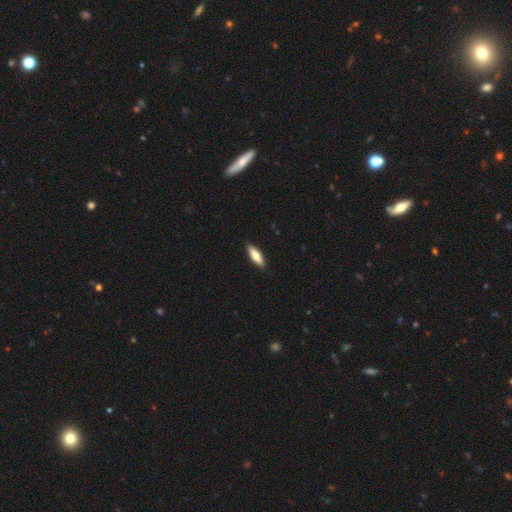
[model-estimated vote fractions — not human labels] This is likely a smooth galaxy (73%). How rounded: possibly cigar-shaped (59%). Merging: clearly none (88%).